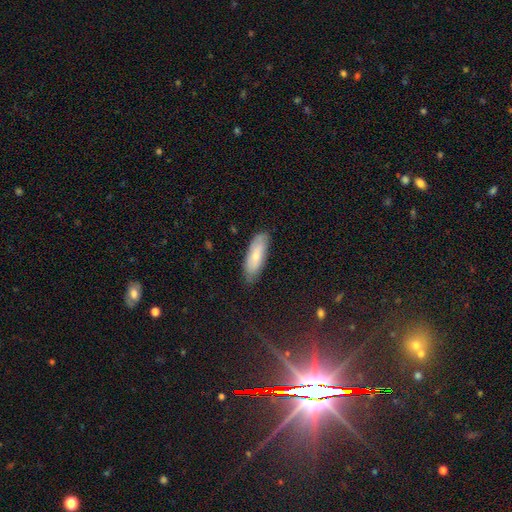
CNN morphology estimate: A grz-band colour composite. It shows a smooth galaxy with no disk features (68%) that is in between round and cigar-shaped (61%). Merging: none (80%).